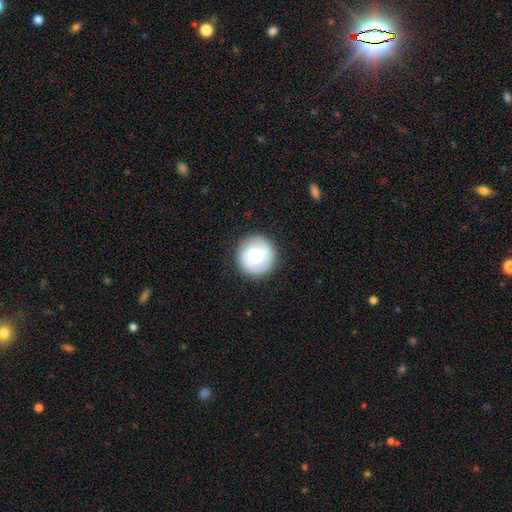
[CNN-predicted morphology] smooth_or_featured: smooth (p=0.55) [alt: featured or disk p=0.37]
how_rounded: round (p=0.94) [alt: in between p=0.05]
merging: none (p=0.86) [alt: minor disturbance p=0.09]